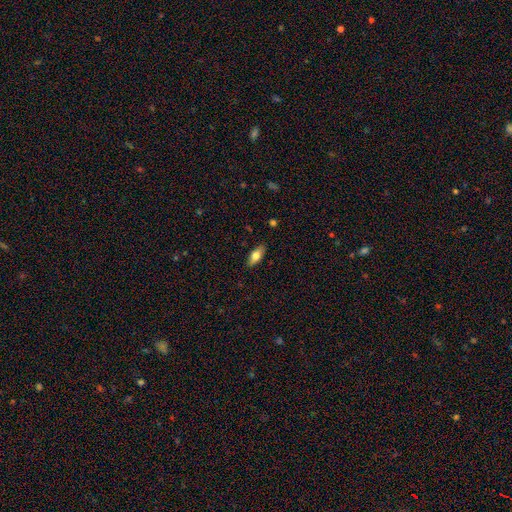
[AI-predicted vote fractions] Smooth or featured? smooth (73%)
How rounded? in between (83%)
Merging? none (87%)